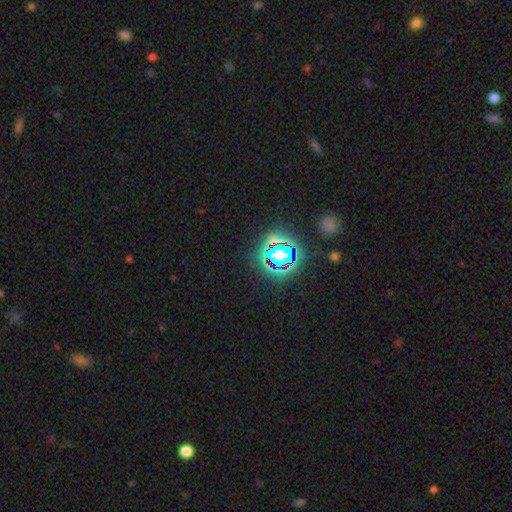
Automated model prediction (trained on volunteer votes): Overall: star or artifact (79%).